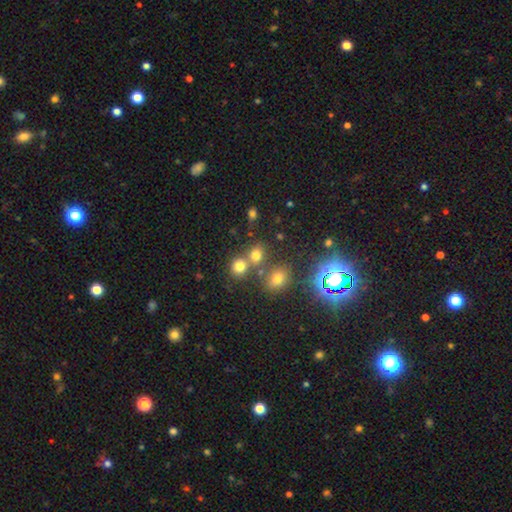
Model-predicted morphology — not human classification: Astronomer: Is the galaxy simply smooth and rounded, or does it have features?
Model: smooth — 68%.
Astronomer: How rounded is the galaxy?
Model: round — 66%.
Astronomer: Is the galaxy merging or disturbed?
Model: none — 59%.